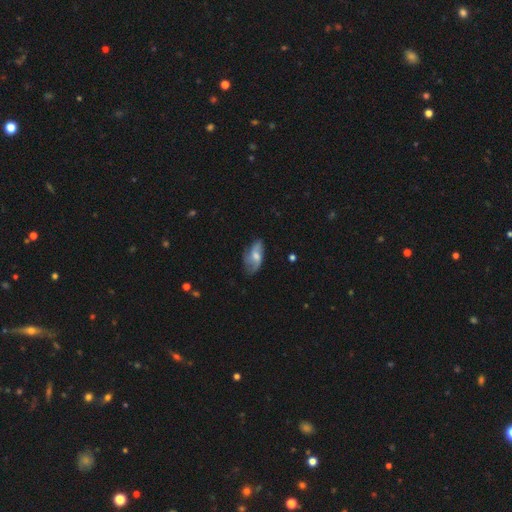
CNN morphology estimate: Smooth or featured? featured or disk (53%)
Edge-on disk? no (92%)
Merging? none (58%)